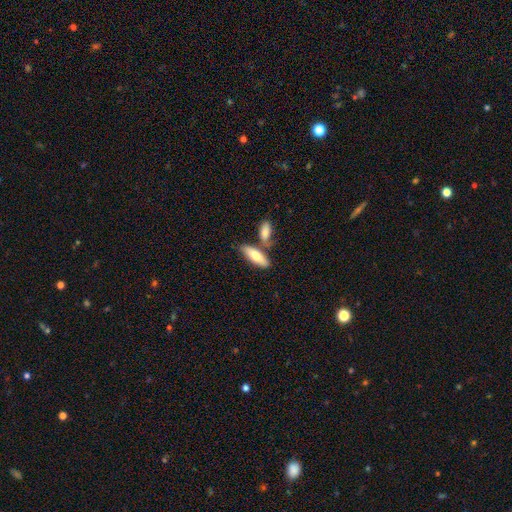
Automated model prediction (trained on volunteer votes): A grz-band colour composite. It shows a smooth galaxy with no disk features (74%) that is in between round and cigar-shaped (67%). Merging: none (56%).